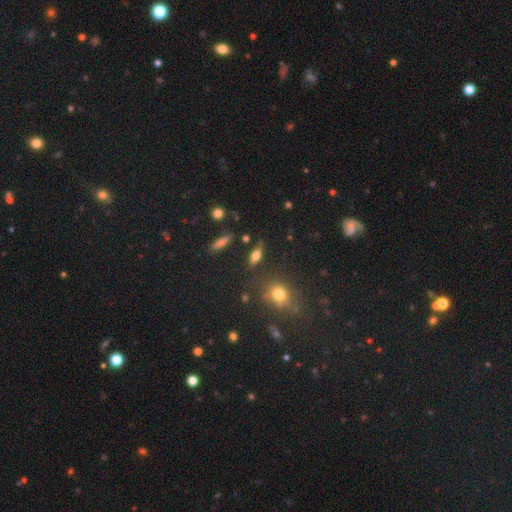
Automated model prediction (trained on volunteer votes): Overall: smooth (63%; featured or disk 25%). How rounded: in between (67%). Merging: none (77%).